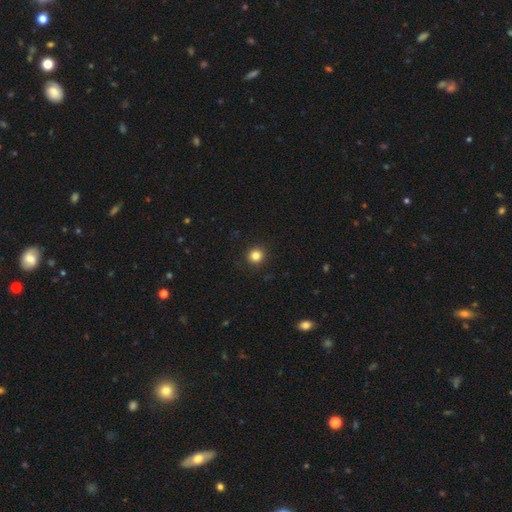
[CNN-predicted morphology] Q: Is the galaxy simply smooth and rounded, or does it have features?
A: smooth — 83%.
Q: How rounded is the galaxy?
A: round — 93%.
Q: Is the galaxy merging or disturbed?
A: none — 92%.